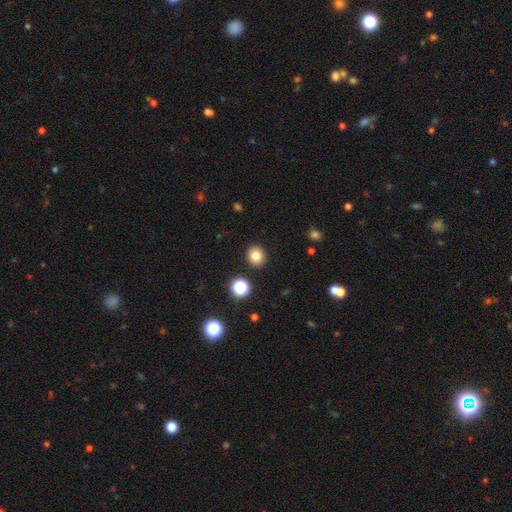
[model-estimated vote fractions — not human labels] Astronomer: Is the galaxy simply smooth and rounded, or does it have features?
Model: smooth — 81%.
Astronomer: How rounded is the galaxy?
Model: round — 81%.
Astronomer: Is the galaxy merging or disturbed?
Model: none — 91%.